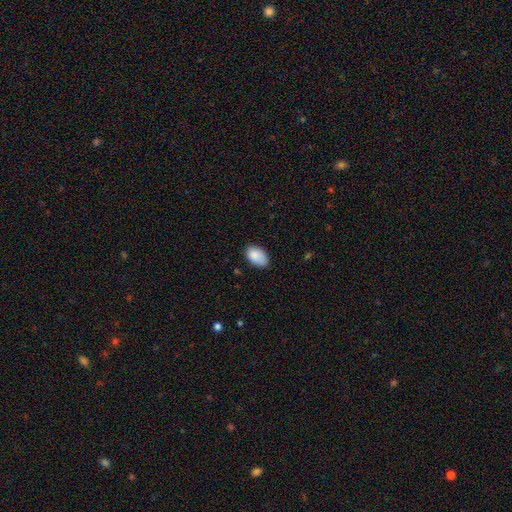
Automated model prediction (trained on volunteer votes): This is clearly a smooth galaxy (88%). How rounded: clearly in between (92%). Merging: likely none (77%).